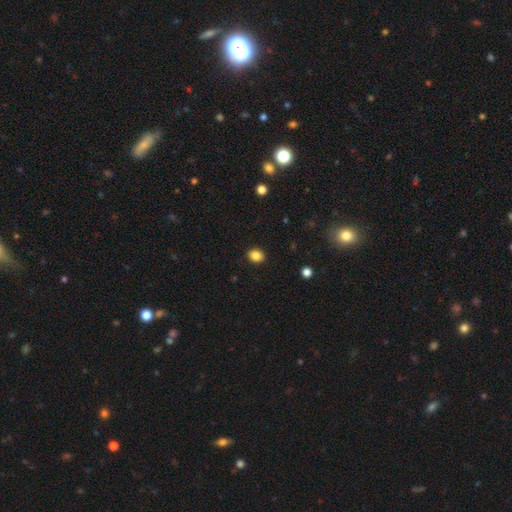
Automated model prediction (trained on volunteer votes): Morphology: type=smooth (86%); roundness=round (52%); merging=none (90%).